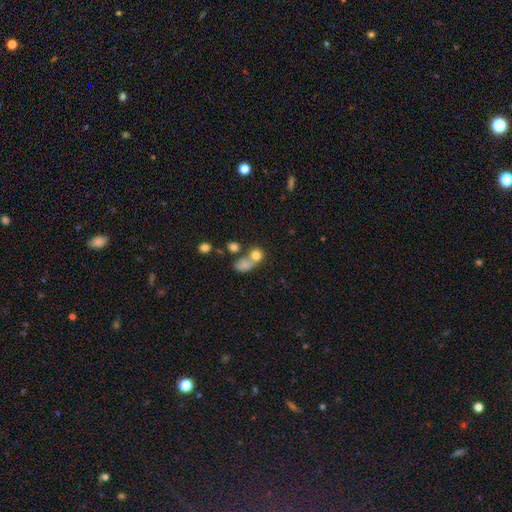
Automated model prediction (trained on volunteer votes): Q: Smooth or featured?
A: smooth (76%); runner-up: star or artifact (13%)
Q: How rounded?
A: round (74%); runner-up: in between (24%)
Q: Merging?
A: merger (47%); runner-up: none (38%)